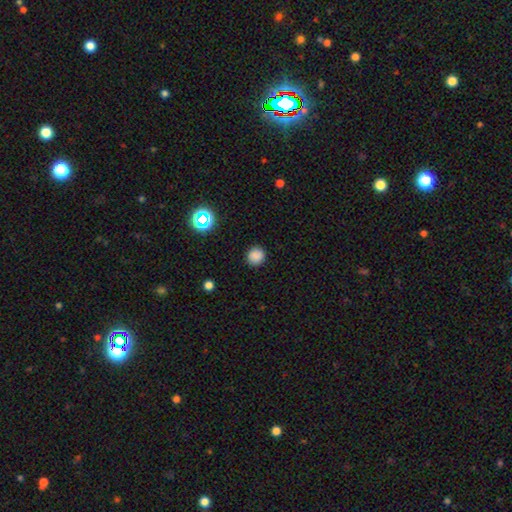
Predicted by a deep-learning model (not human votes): smooth 83%, star or artifact 14%, featured or disk 3%. Down the decision tree: how rounded — round (90%); merging — none (90%).